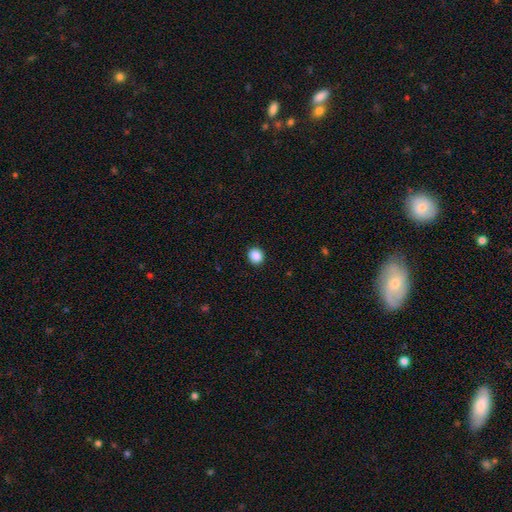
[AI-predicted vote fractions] Overall: smooth (88%). How rounded: round (85%). Merging: none (92%).